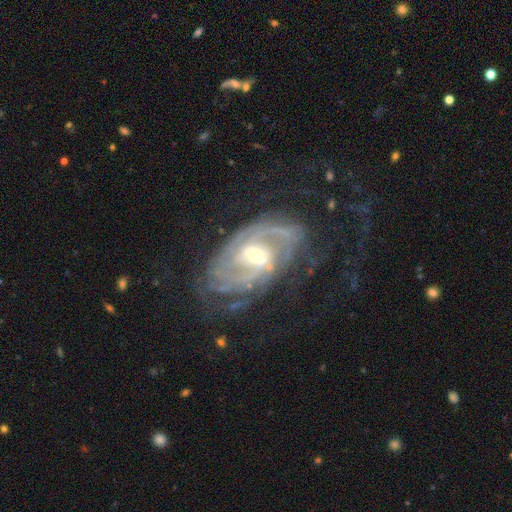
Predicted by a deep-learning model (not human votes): A featured or disk galaxy (88%) with a weak bar (48%), 2 (35%) tight (56%) spiral arms (96%) and a moderate central bulge (49%).

Vote fractions:
- Smooth or featured? featured or disk: 88% / star or artifact: 6% / smooth: 6%
- Edge-on disk? no: 95% / yes: 5%
- Bar? weak: 48% / no: 33% / strong: 20%
- Spiral arms? yes: 96% / no: 4%
- Spiral winding? tight: 56% / medium: 33% / loose: 11%
- Spiral arm count? 2: 35% / can't tell: 30% / 3: 15% / 4: 8% / more than 4: 6% / 1: 6%
- Bulge size? moderate: 49% / small: 46% / large: 3% / none: 1% / dominant: 1%
- Merging? none: 65% / minor disturbance: 20% / major disturbance: 14% / merger: 2%